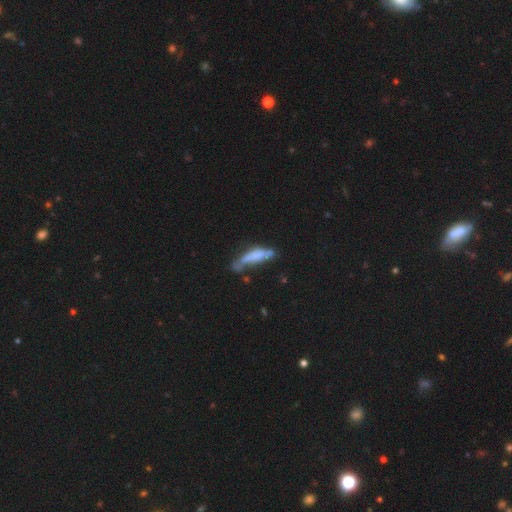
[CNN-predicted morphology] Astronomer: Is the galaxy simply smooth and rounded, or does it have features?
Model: smooth — 55% (runner-up: featured or disk, 36%).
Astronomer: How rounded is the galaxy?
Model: cigar-shaped — 69%.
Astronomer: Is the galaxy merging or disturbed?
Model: none — 31% (runner-up: minor disturbance, 27%).